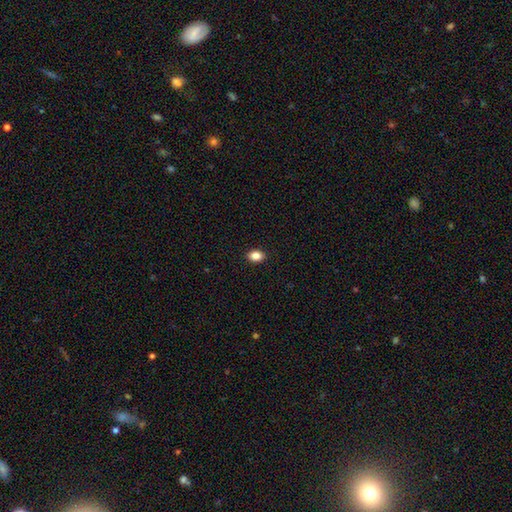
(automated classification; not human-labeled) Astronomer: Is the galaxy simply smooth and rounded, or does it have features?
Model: smooth — 86%.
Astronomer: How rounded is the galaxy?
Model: in between — 77%.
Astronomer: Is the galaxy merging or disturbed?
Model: none — 91%.